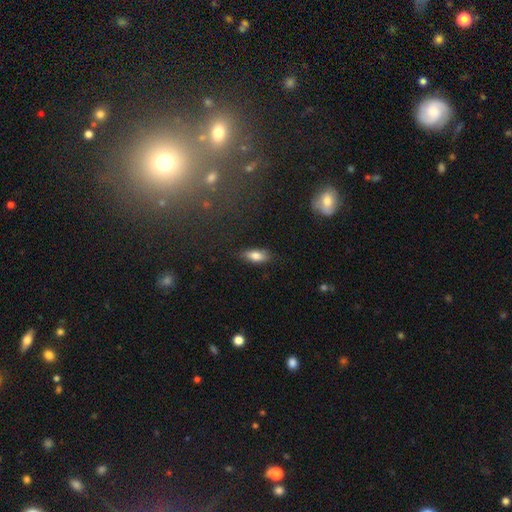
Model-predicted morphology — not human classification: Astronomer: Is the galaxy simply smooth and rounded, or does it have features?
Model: smooth — 80%.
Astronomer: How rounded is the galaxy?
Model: in between — 80%.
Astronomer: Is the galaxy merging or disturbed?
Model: none — 81%.